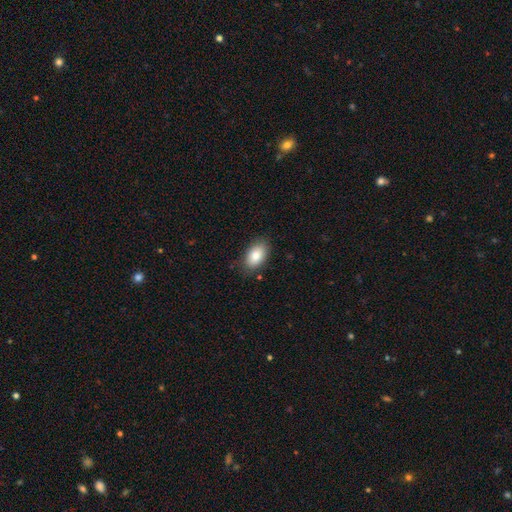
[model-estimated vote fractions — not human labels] This is clearly a smooth galaxy (84%). How rounded: clearly in between (92%). Merging: clearly none (83%).